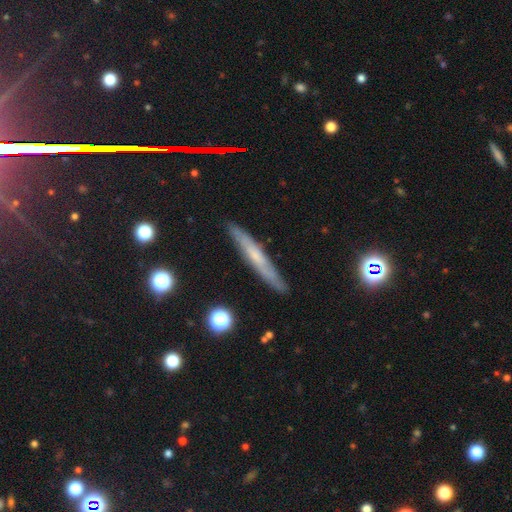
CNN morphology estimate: smooth-or-featured: featured or disk: 50% | smooth: 41% | star or artifact: 9%
  disk-edge-on: yes: 89% | no: 11%
  merging: none: 87% | minor disturbance: 10% | major disturbance: 2% | merger: 1%